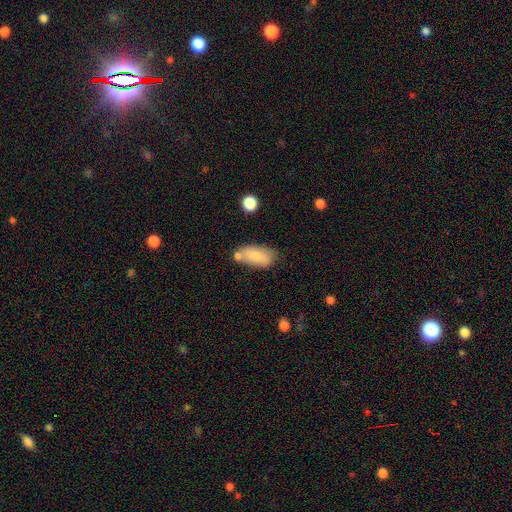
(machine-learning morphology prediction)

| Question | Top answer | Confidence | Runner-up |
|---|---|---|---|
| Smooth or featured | smooth | 80% | featured or disk (13%) |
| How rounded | in between | 88% | cigar-shaped (9%) |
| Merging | none | 57% | minor disturbance (20%) |